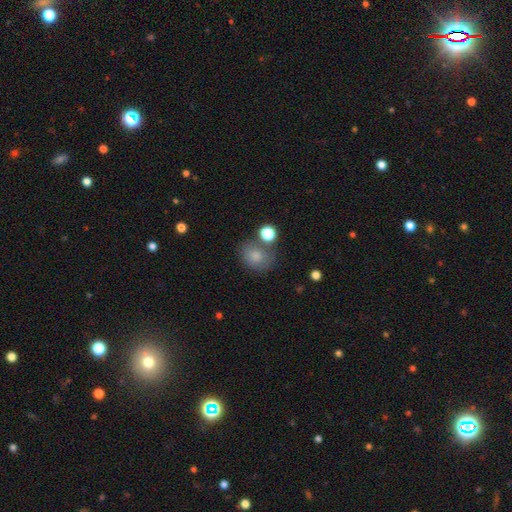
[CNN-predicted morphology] smooth_or_featured: smooth (p=0.80) [alt: star or artifact p=0.10]
how_rounded: round (p=0.52) [alt: in between p=0.47]
merging: none (p=0.61) [alt: minor disturbance p=0.18]